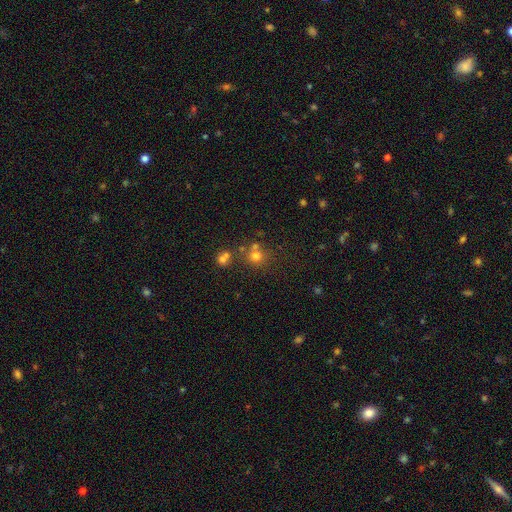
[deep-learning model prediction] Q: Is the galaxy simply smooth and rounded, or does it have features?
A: smooth — 70%.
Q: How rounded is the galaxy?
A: round — 88%.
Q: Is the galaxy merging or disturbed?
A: none — 62%.